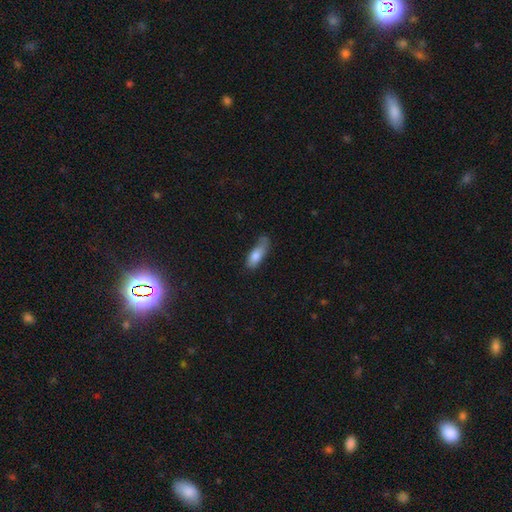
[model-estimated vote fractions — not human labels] Smooth or featured? smooth (80%)
How rounded? in between (69%)
Merging? none (41%)